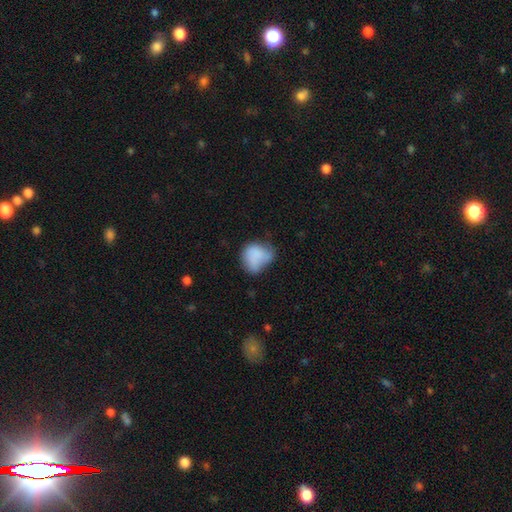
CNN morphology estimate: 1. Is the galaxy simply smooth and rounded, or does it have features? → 76% smooth, 15% featured or disk, 9% star or artifact.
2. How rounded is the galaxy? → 49% in between (tied), 49% round (tied), 1% cigar-shaped.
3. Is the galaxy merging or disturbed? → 37% minor disturbance, 33% none, 21% major disturbance, 9% merger.